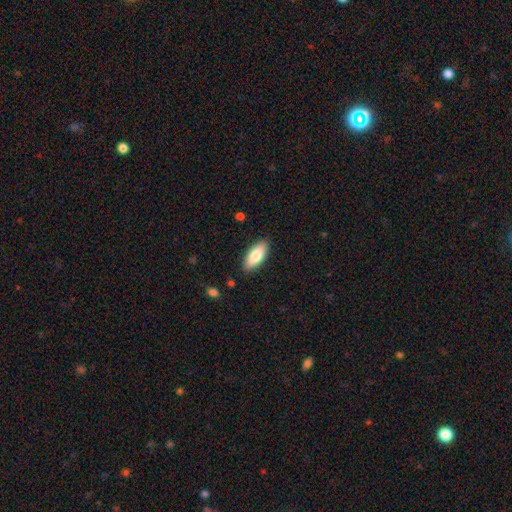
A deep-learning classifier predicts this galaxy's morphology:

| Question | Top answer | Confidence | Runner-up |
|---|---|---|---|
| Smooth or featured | smooth | 81% | featured or disk (13%) |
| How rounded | in between | 80% | cigar-shaped (18%) |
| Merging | none | 87% | minor disturbance (10%) |